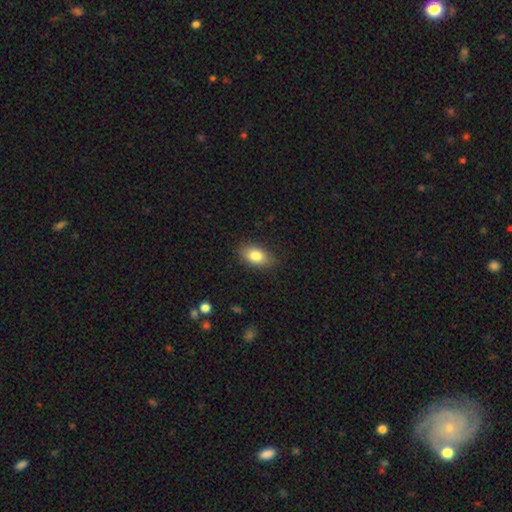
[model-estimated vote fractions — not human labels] smooth_or_featured: smooth (p=0.82) [alt: featured or disk p=0.10]
how_rounded: in between (p=0.88) [alt: round p=0.10]
merging: none (p=0.84) [alt: minor disturbance p=0.12]